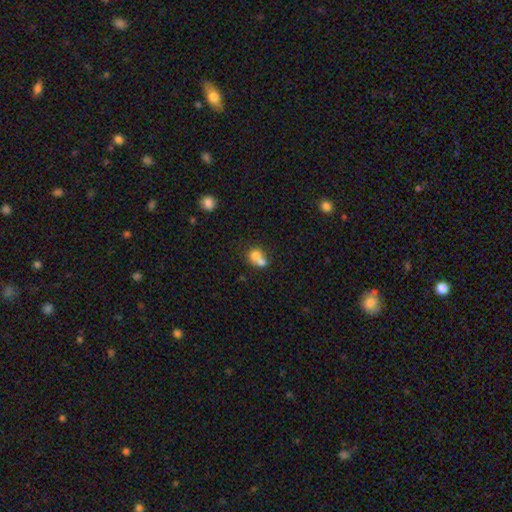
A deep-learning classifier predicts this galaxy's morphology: Smooth or featured?
  - smooth: 71% *
  - featured or disk: 19%
  - star or artifact: 10%
How rounded?
  - round: 71% *
  - in between: 28%
  - cigar-shaped: 1%
Merging?
  - merger: 67% *
  - none: 24%
  - minor disturbance: 6%
  - major disturbance: 3%